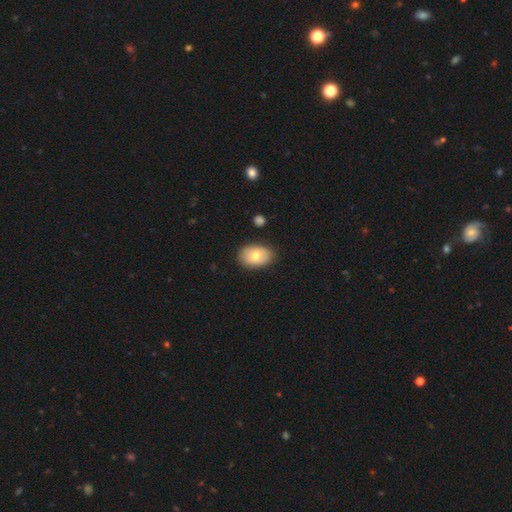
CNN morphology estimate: Smooth or featured? smooth (73%)
How rounded? in between (86%)
Merging? none (84%)